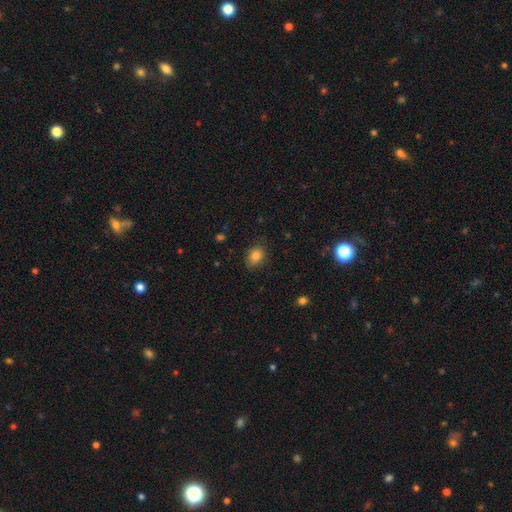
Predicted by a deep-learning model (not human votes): Smooth or featured? smooth (84%)
How rounded? in between (55%)
Merging? none (78%)